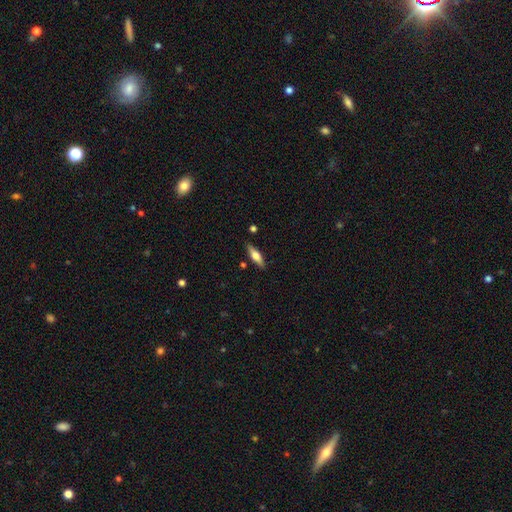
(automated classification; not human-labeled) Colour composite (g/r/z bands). It shows a smooth galaxy with no disk features (57%) that is cigar-shaped (54%). Merging: none (85%).